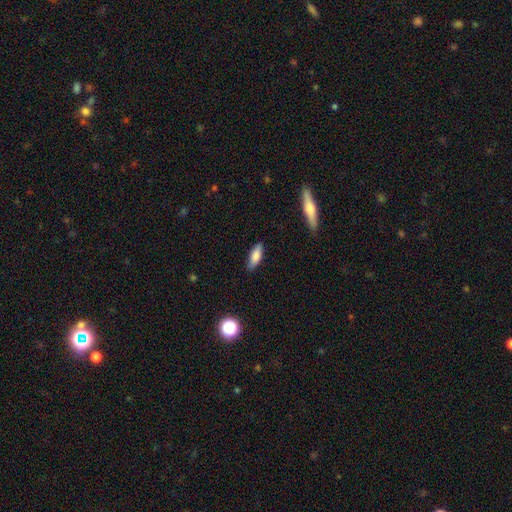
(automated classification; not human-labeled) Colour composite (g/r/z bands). It shows a smooth galaxy with no disk features (79%) that is in between round and cigar-shaped (64%). Merging: none (83%).